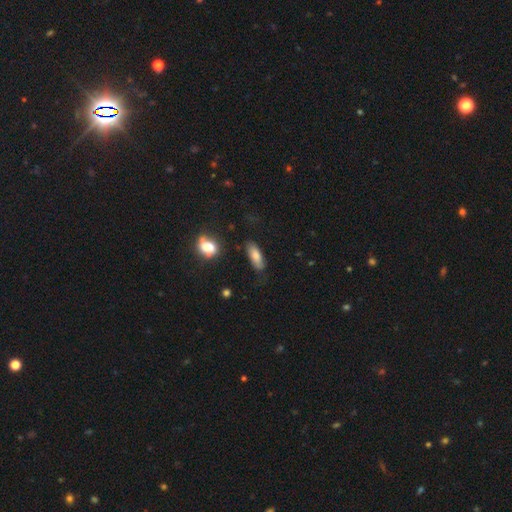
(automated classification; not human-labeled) smooth_or_featured: smooth (p=0.77) [alt: featured or disk p=0.15]
how_rounded: in between (p=0.68) [alt: cigar-shaped p=0.29]
merging: none (p=0.74) [alt: minor disturbance p=0.18]